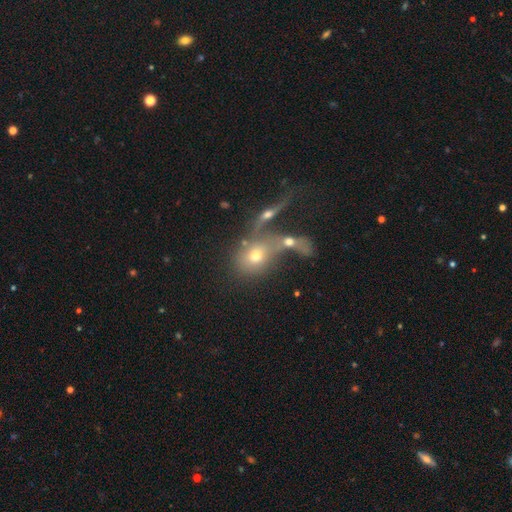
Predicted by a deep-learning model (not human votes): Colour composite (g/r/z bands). It shows a smooth galaxy with no disk features (57%) that is in between round and cigar-shaped (49%). Merging: merger (52%).